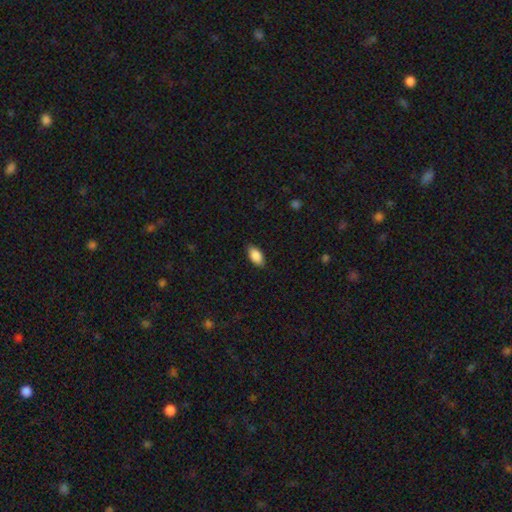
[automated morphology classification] A smooth galaxy with no disk features (88%) that is in between round and cigar-shaped (92%).

Vote fractions:
- Smooth or featured? smooth: 88% / star or artifact: 7% / featured or disk: 5%
- How rounded? in between: 92% / cigar-shaped: 5% / round: 3%
- Merging? none: 86% / minor disturbance: 11% / major disturbance: 2% / merger: 1%